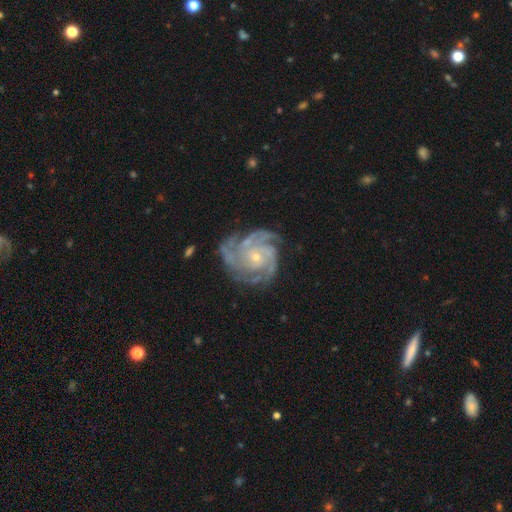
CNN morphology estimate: Smooth or featured? Predicted: featured or disk (p=0.91). Edge-on disk? Predicted: no (p=0.98). Bar? Predicted: no (p=0.77). Spiral arms? Predicted: yes (p=0.98). Spiral winding? Predicted: tight (p=0.68). Spiral arm count? Predicted: 4 (p=0.41). Bulge size? Predicted: small (p=0.75). Merging? Predicted: none (p=0.73).